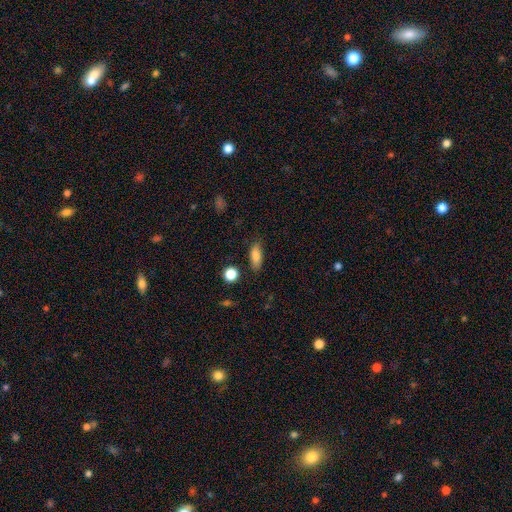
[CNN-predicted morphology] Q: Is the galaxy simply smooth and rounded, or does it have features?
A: smooth — 83%.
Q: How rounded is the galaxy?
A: in between — 74%.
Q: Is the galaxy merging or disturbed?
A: none — 81%.